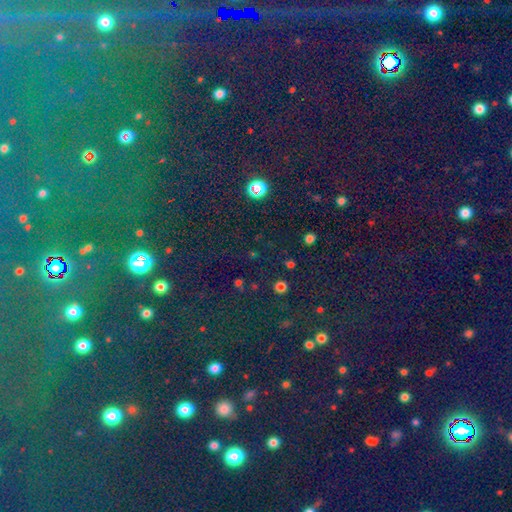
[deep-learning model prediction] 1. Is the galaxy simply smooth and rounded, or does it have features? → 80% star or artifact, 12% smooth, 8% featured or disk.